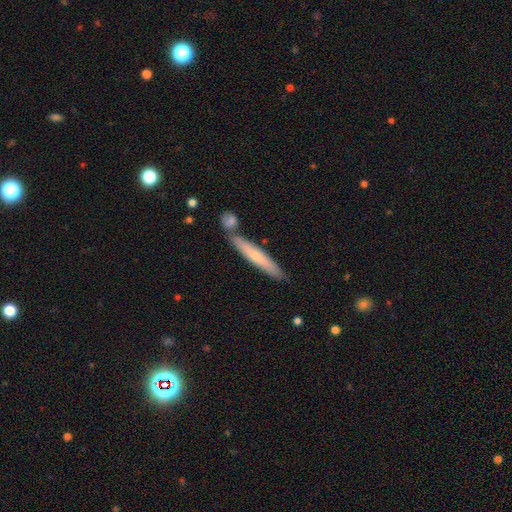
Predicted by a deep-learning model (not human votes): smooth-or-featured: smooth: 58% | featured or disk: 37% | star or artifact: 6%
  how-rounded: cigar-shaped: 93% | in between: 6% | round: 1%
  merging: none: 74% | merger: 12% | minor disturbance: 11% | major disturbance: 2%